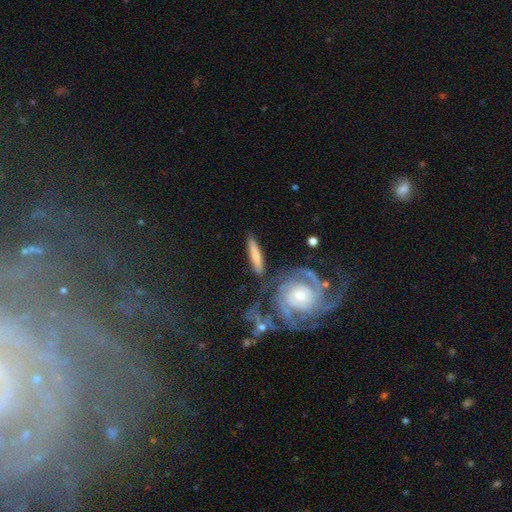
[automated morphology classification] smooth-or-featured: smooth: 56% | featured or disk: 39% | star or artifact: 5%
  how-rounded: cigar-shaped: 86% | in between: 12% | round: 2%
  merging: none: 72% | minor disturbance: 13% | merger: 10% | major disturbance: 5%